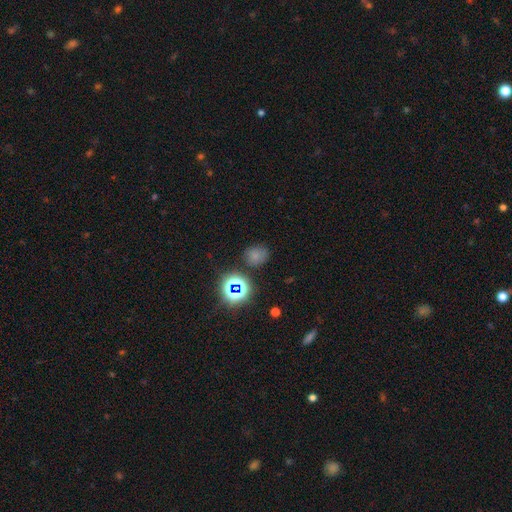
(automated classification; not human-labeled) Smooth or featured? Predicted: smooth (p=0.65). How rounded? Predicted: round (p=0.66). Merging? Predicted: none (p=0.74).